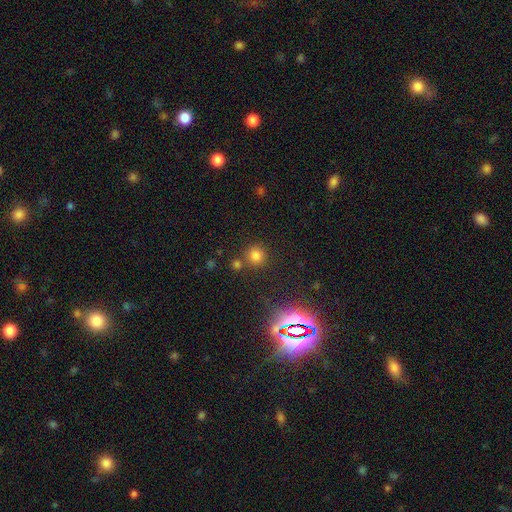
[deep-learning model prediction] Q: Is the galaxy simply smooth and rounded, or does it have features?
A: smooth — 74%.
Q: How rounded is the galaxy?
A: round — 92%.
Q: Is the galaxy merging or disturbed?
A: none — 75%.